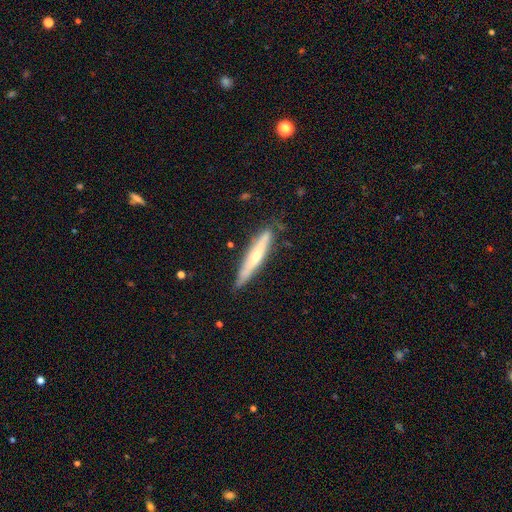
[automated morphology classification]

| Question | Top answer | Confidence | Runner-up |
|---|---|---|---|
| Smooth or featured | featured or disk | 54% | smooth (40%) |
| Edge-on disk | yes | 91% | no (9%) |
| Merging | none | 79% | minor disturbance (16%) |